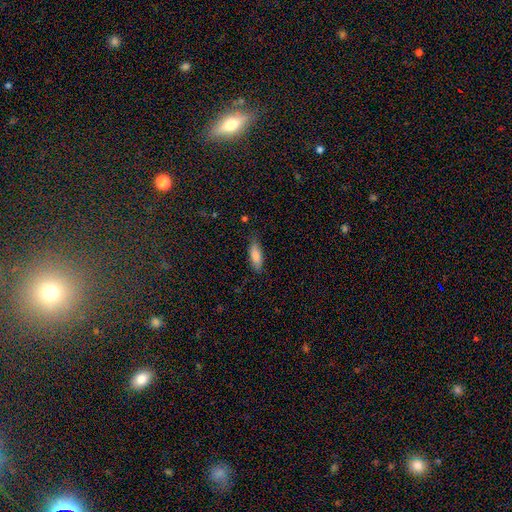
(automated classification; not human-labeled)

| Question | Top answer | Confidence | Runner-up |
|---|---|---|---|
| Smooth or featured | smooth | 84% | featured or disk (9%) |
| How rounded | in between | 62% | cigar-shaped (36%) |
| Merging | none | 79% | minor disturbance (17%) |